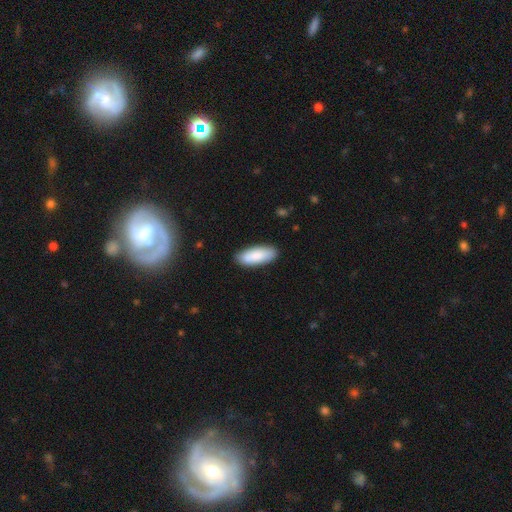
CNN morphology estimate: smooth_or_featured: smooth (p=0.87) [alt: featured or disk p=0.07]
how_rounded: in between (p=0.75) [alt: cigar-shaped p=0.23]
merging: none (p=0.87) [alt: minor disturbance p=0.10]